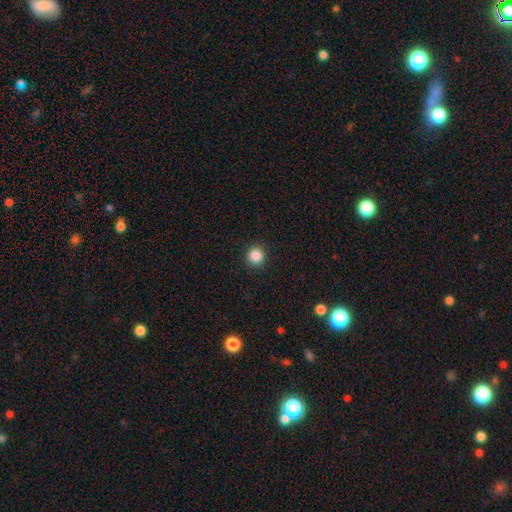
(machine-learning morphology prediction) A smooth galaxy with no disk features (86%) that is round (94%). Merging: none (92%).